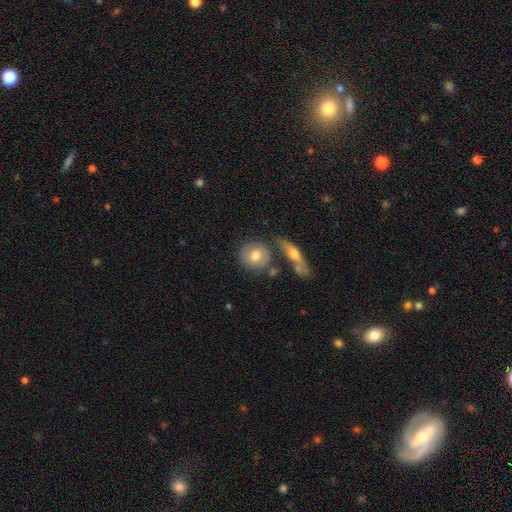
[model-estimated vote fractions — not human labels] Overall: smooth (70%). How rounded: round (81%). Merging: none (68%).